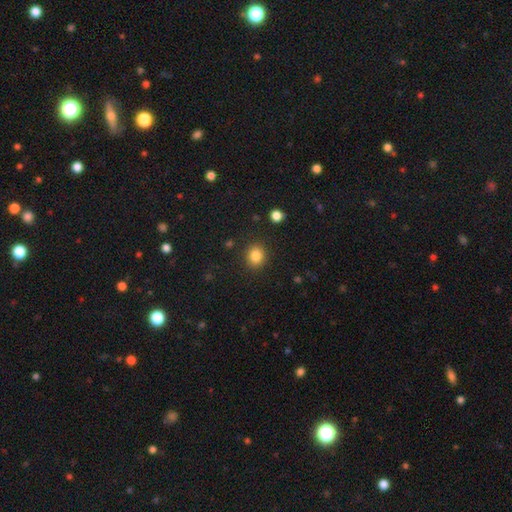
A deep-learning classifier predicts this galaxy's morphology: Smooth or featured? Predicted: smooth (p=0.84). How rounded? Predicted: round (p=0.79). Merging? Predicted: none (p=0.89).